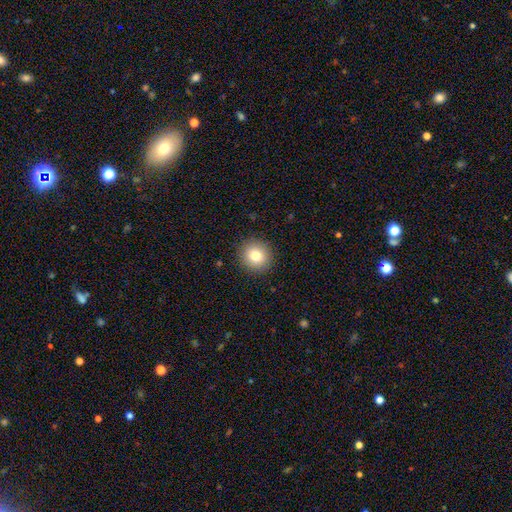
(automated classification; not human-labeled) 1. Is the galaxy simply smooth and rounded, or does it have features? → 79% smooth, 11% star or artifact, 9% featured or disk.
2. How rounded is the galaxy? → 92% round, 7% in between, 1% cigar-shaped.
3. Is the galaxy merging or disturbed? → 91% none, 6% minor disturbance, 2% major disturbance, 1% merger.